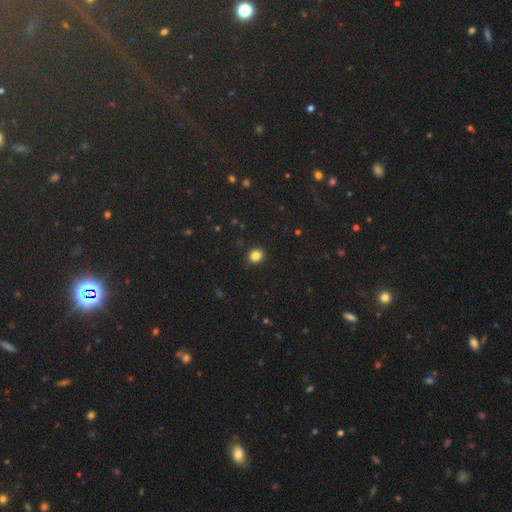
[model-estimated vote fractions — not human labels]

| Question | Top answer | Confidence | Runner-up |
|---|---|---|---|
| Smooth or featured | smooth | 84% | star or artifact (12%) |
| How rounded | round | 77% | in between (22%) |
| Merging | none | 91% | minor disturbance (6%) |